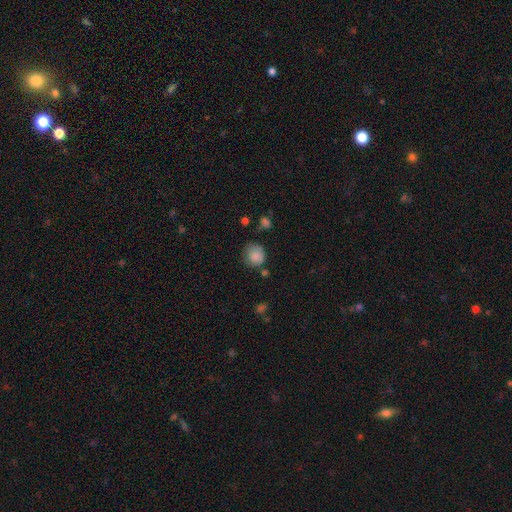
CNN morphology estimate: type=smooth (84%); roundness=round (80%); merging=none (60%).